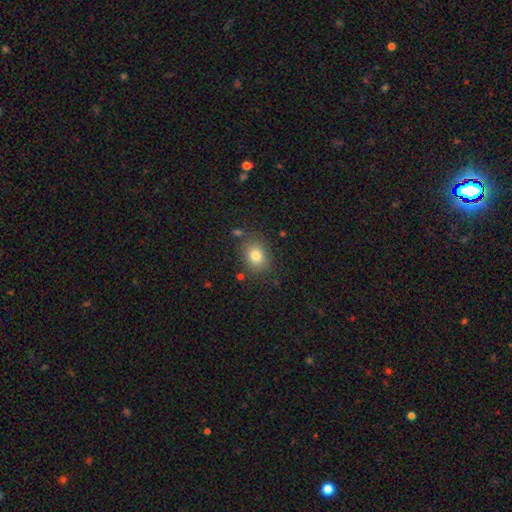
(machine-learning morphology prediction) The model was most divided on "how rounded": round: 52%, in between: 47%, cigar-shaped: 1%. More confident: smooth or featured — smooth (80%); merging — none (80%).